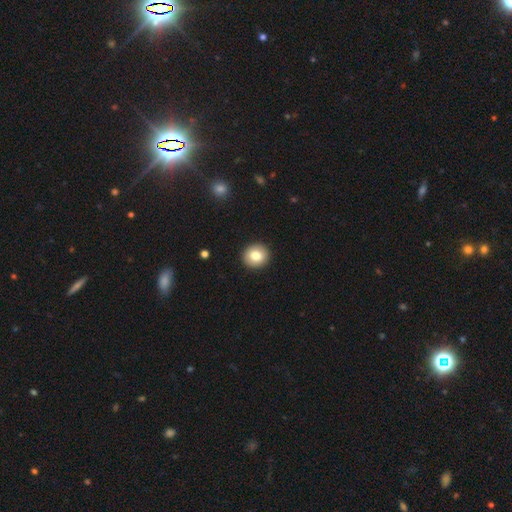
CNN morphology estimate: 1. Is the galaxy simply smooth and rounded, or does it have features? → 80% smooth, 11% featured or disk, 9% star or artifact.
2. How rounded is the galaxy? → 86% round, 13% in between, 1% cigar-shaped.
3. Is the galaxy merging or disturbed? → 93% none, 5% minor disturbance, 2% major disturbance, 1% merger.